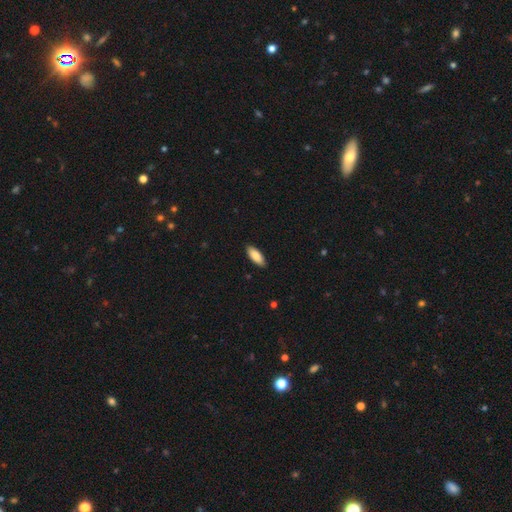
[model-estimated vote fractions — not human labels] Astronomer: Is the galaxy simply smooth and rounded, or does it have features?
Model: smooth — 85%.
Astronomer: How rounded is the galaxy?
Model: in between — 79%.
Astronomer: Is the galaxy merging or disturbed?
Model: none — 89%.